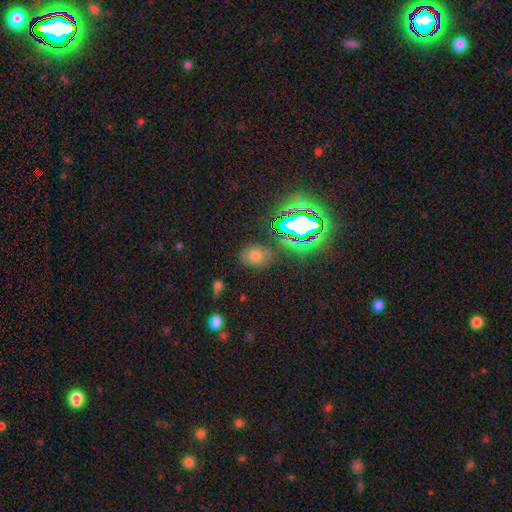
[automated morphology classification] smooth_or_featured: smooth (p=0.61) [alt: star or artifact p=0.27]
how_rounded: in between (p=0.68) [alt: round p=0.31]
merging: none (p=0.80) [alt: minor disturbance p=0.13]